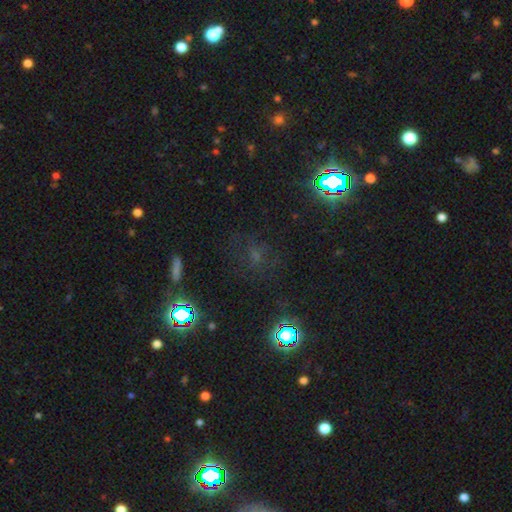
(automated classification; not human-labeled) Morphology: type=star or artifact (57%).